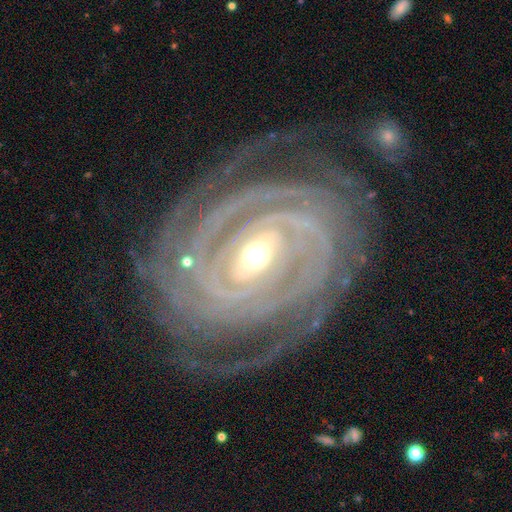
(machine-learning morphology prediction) This appears to be a featured or disk galaxy (93%) with a weak bar (35%), 2 (29%) tight (85%) spiral arms (98%) and a moderate central bulge (57%). Merging: none (77%).